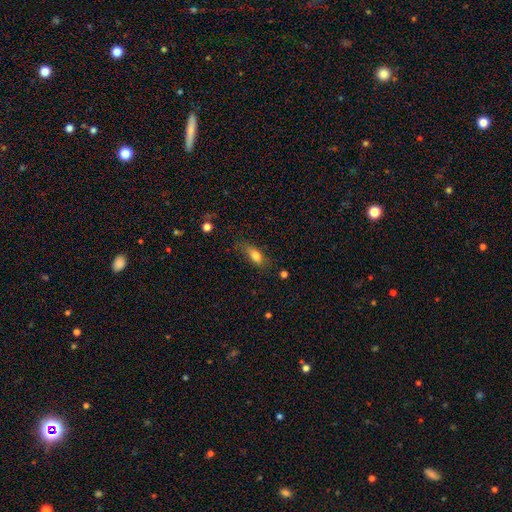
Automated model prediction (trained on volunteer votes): smooth-or-featured: smooth: 75% | featured or disk: 15% | star or artifact: 9%
  how-rounded: in between: 71% | cigar-shaped: 23% | round: 6%
  merging: none: 66% | minor disturbance: 24% | major disturbance: 8% | merger: 2%